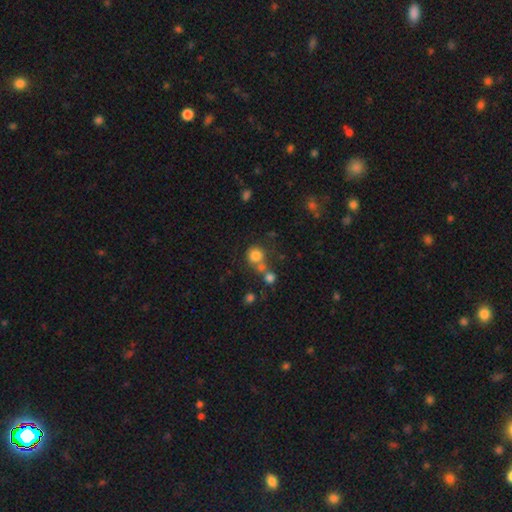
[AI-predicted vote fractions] Smooth or featured?
  - smooth: 79% *
  - star or artifact: 12%
  - featured or disk: 9%
How rounded?
  - round: 88% *
  - in between: 11%
  - cigar-shaped: 1%
Merging?
  - none: 54% *
  - merger: 31%
  - minor disturbance: 10%
  - major disturbance: 5%